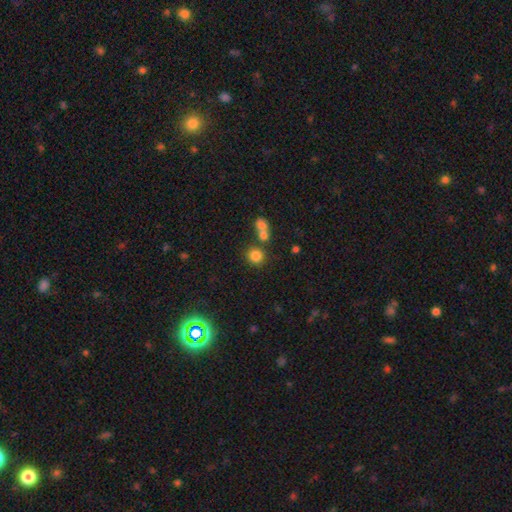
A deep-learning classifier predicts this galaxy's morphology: This is likely a smooth galaxy (80%). How rounded: clearly round (86%). Merging: likely none (68%).